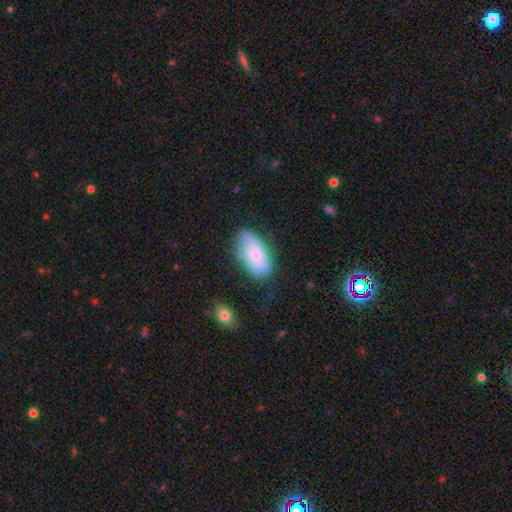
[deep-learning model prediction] This appears to be a smooth galaxy with no disk features (60%) that is in between round and cigar-shaped (94%). Merging: none (64%).